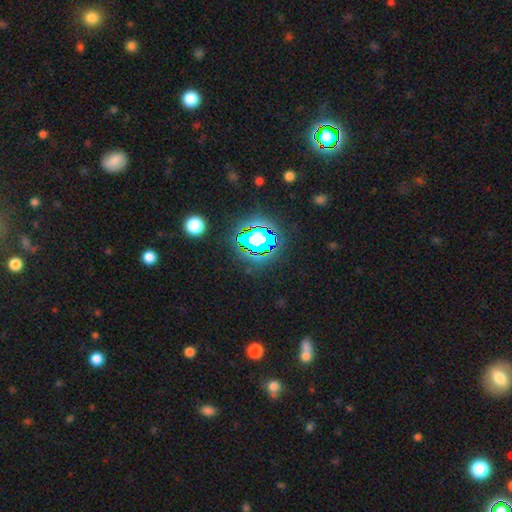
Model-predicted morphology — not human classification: This is clearly a star or artifact rather than a galaxy (81%).